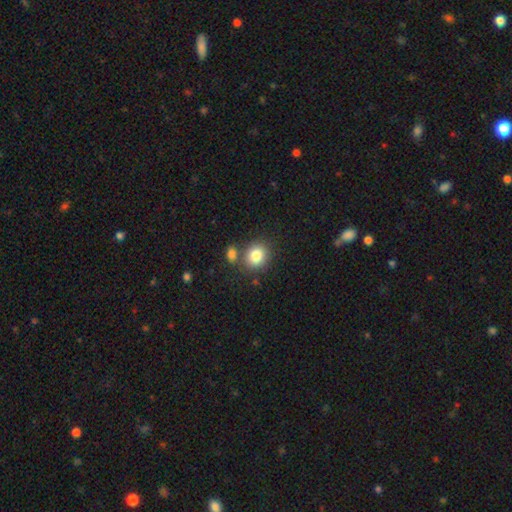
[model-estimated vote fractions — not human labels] This appears to be a smooth galaxy with no disk features (83%) that is round (73%). Merging: none (65%).